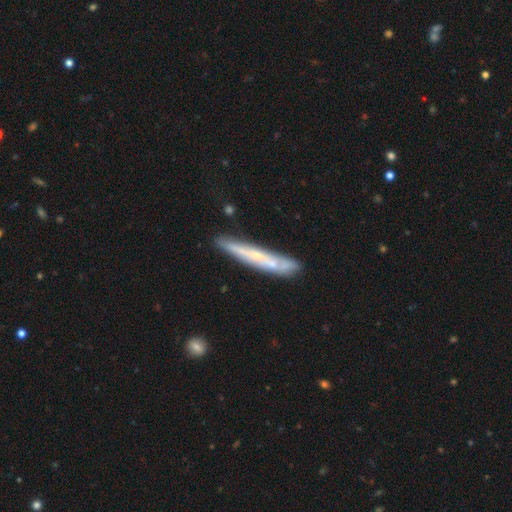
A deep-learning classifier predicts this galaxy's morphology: Smooth or featured?
  - featured or disk: 53% *
  - smooth: 41%
  - star or artifact: 6%
Edge-on disk?
  - yes: 80% *
  - no: 20%
Merging?
  - none: 76% *
  - minor disturbance: 15%
  - merger: 6%
  - major disturbance: 3%